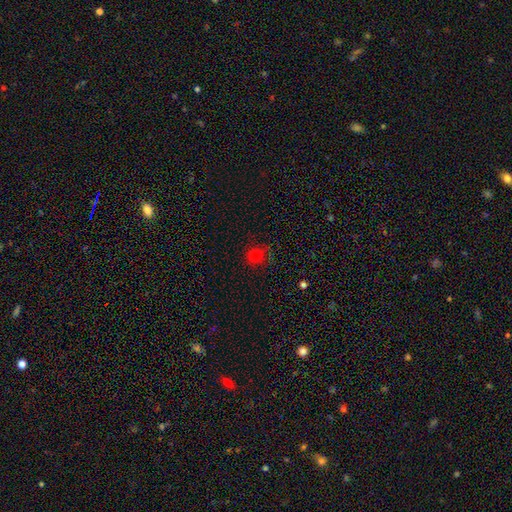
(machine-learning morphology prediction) This is likely a smooth galaxy (76%). How rounded: clearly round (86%). Merging: likely none (75%).